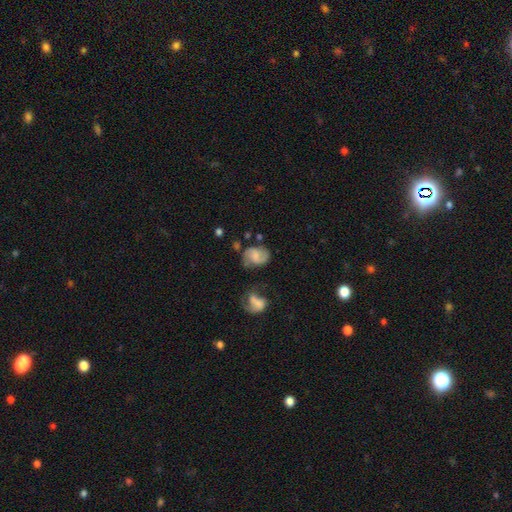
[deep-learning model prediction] Smooth or featured? Predicted: featured or disk (p=0.54). Edge-on disk? Predicted: no (p=0.97). Bar? Predicted: no (p=0.45). Spiral arms? Predicted: yes (p=0.86). Bulge size? Predicted: none (p=0.41). Merging? Predicted: none (p=0.55).